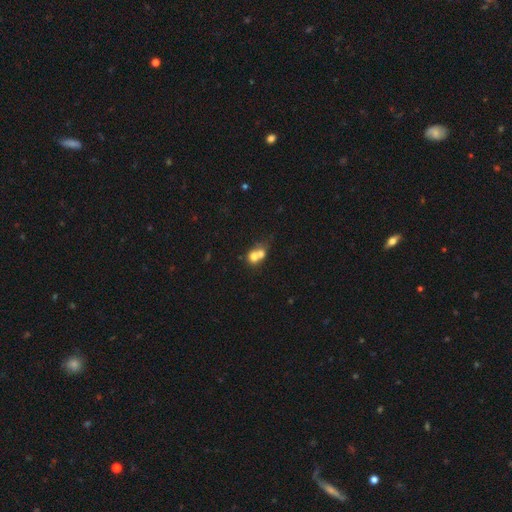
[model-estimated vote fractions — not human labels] Morphology: type=smooth (67%); roundness=round (72%); merging=merger (66%).